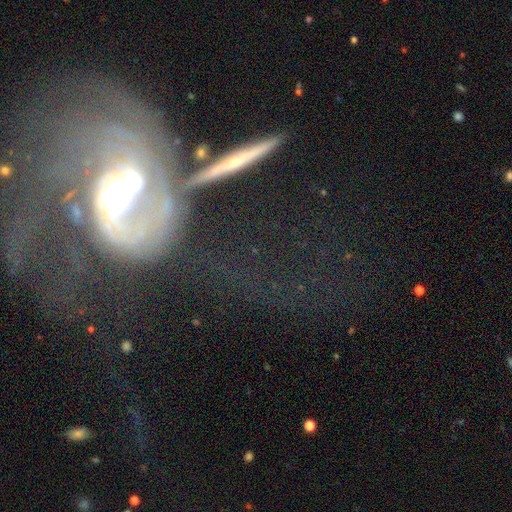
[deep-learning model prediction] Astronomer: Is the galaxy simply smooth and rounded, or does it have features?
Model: featured or disk — 72%.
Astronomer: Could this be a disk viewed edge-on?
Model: no — 79%.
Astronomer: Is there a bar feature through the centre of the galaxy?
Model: no — 47% (runner-up: weak, 29%).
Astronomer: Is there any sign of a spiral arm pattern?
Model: yes — 67%.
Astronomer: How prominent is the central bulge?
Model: moderate — 60%.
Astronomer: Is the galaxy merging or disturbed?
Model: merger — 33% (runner-up: major disturbance, 31%).